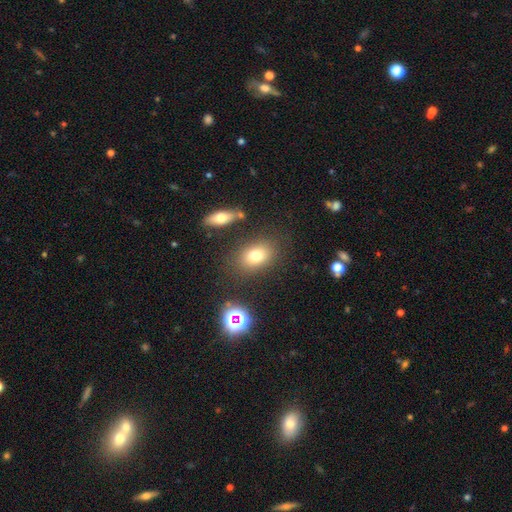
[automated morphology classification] smooth_or_featured: smooth (p=0.75) [alt: star or artifact p=0.13]
how_rounded: in between (p=0.72) [alt: round p=0.26]
merging: none (p=0.78) [alt: minor disturbance p=0.12]